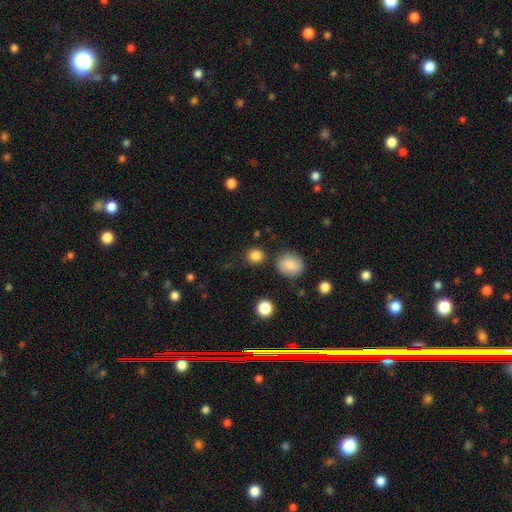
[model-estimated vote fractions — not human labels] Smooth or featured? Predicted: smooth (p=0.85). How rounded? Predicted: round (p=0.86). Merging? Predicted: none (p=0.84).